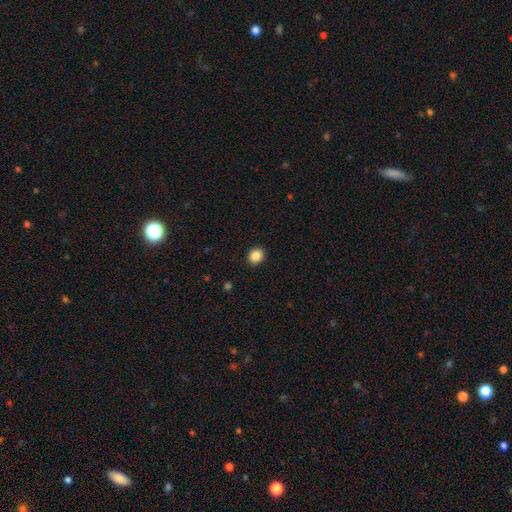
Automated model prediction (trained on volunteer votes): Smooth or featured? smooth (87%)
How rounded? round (73%)
Merging? none (91%)